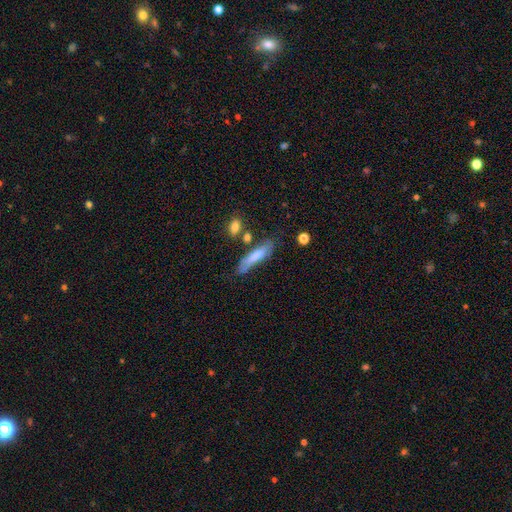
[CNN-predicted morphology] A smooth galaxy with no disk features (69%) that is cigar-shaped (74%).

Vote fractions:
- Smooth or featured? smooth: 69% / featured or disk: 24% / star or artifact: 7%
- How rounded? cigar-shaped: 74% / in between: 24% / round: 2%
- Merging? none: 57% / minor disturbance: 26% / major disturbance: 9% / merger: 7%